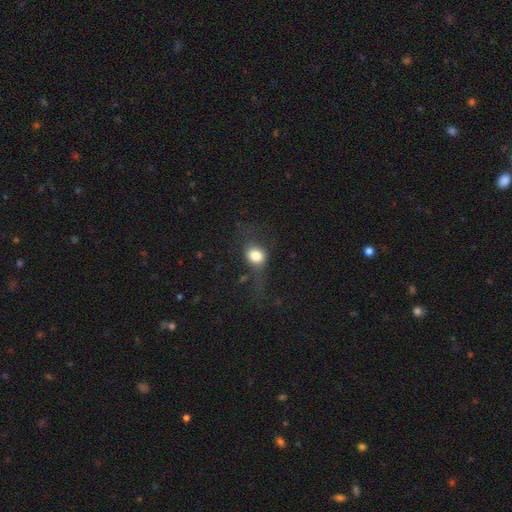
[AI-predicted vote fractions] Smooth or featured: smooth — 72% (featured or disk — 17%)
How rounded: round — 60% (in between — 38%)
Merging: none — 46% (major disturbance — 28%)